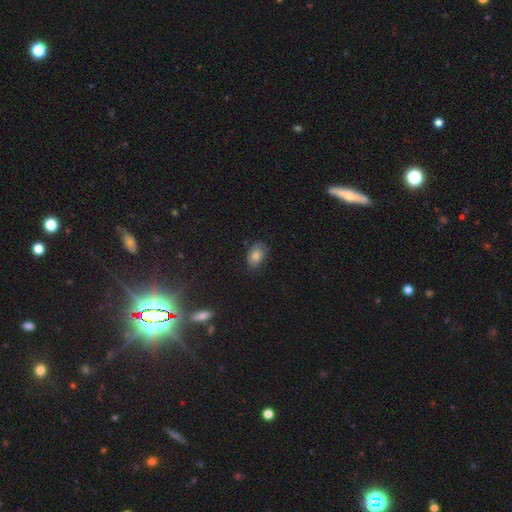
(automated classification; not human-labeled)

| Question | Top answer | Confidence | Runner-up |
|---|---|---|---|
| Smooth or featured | smooth | 75% | star or artifact (14%) |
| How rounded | in between | 79% | round (20%) |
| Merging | none | 76% | minor disturbance (18%) |